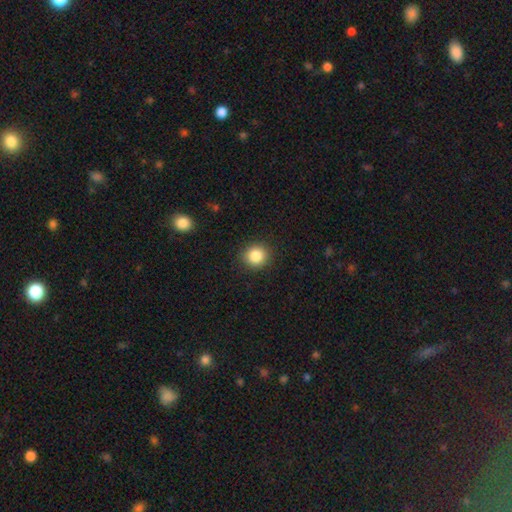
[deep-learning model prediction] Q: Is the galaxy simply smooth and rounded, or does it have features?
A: smooth — 86%.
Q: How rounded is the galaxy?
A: round — 88%.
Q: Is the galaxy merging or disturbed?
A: none — 90%.